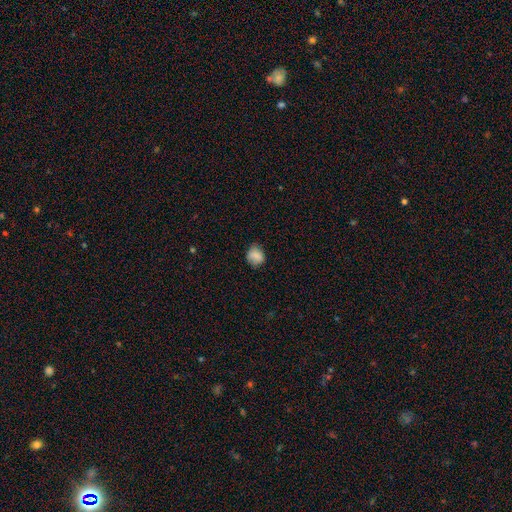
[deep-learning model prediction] This is clearly a smooth galaxy (85%). How rounded: likely round (67%). Merging: likely none (75%).